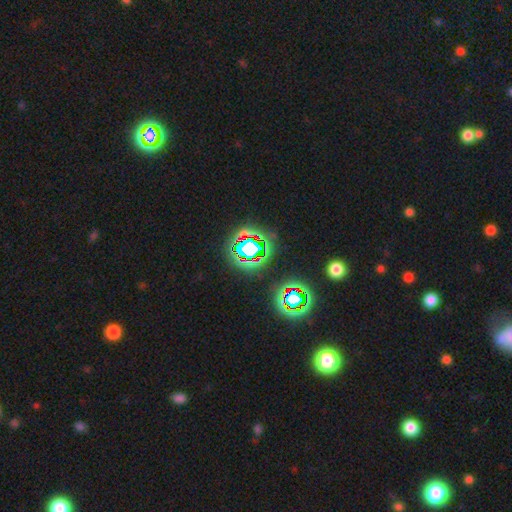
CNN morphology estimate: Smooth or featured? Predicted: star or artifact (p=0.77).